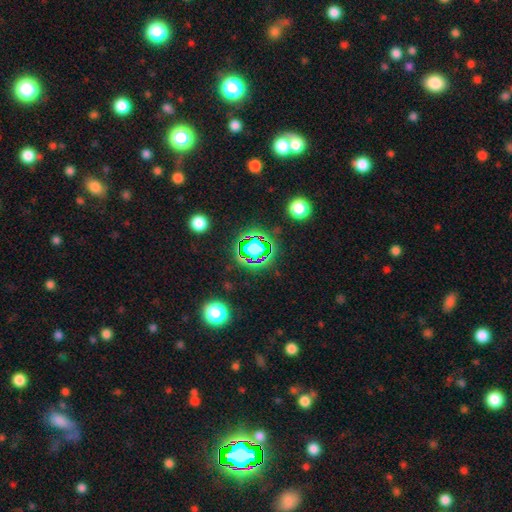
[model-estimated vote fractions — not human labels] This appears to be a star or artifact, not a galaxy (75%).